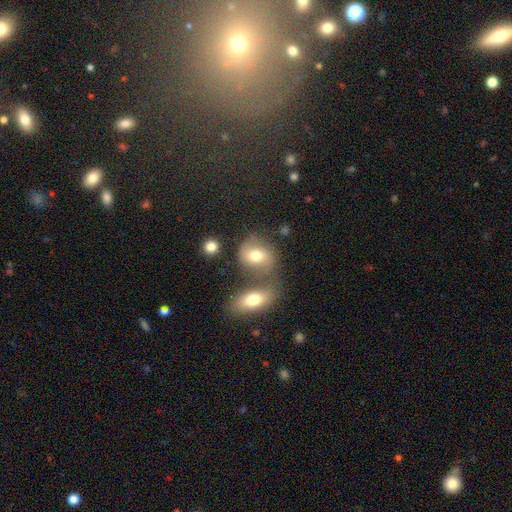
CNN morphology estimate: smooth 67%, featured or disk 23%, star or artifact 11%. Down the decision tree: how rounded — in between (53%); merging — none (45%).